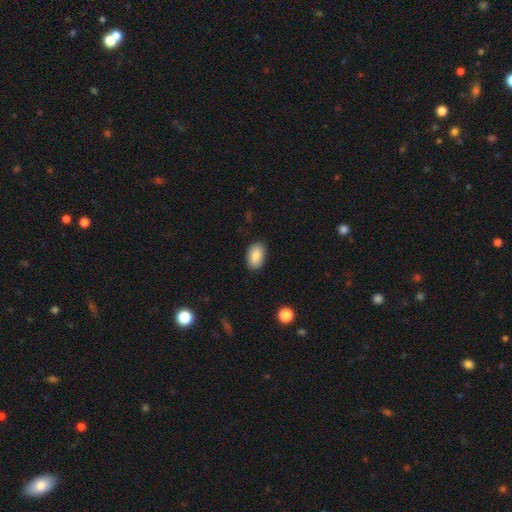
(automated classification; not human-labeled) Smooth or featured: smooth — 87% (star or artifact — 7%)
How rounded: in between — 91% (round — 7%)
Merging: none — 86% (minor disturbance — 11%)